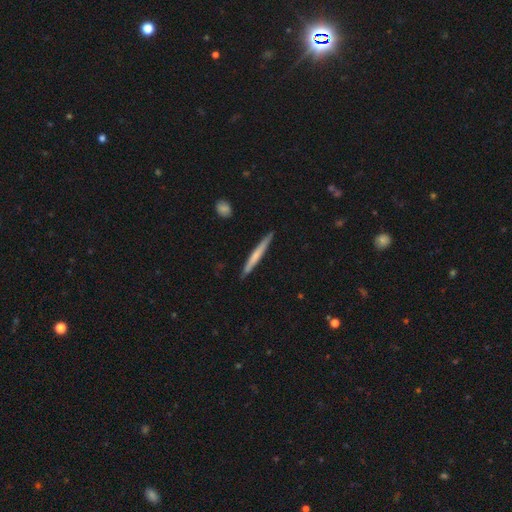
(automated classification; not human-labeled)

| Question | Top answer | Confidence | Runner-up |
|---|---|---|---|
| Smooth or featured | smooth | 54% | featured or disk (41%) |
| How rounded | cigar-shaped | 97% | in between (2%) |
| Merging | none | 90% | minor disturbance (7%) |